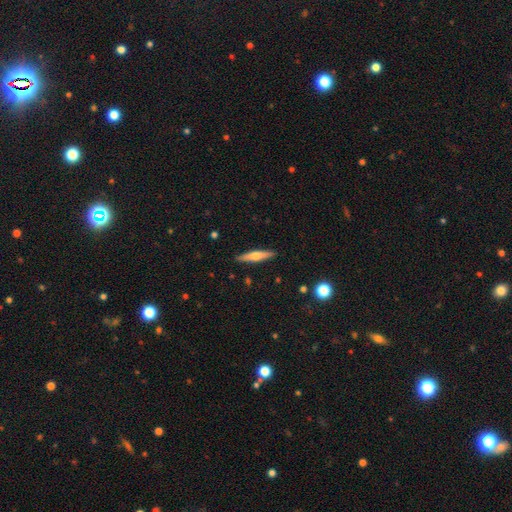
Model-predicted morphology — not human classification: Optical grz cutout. It shows a smooth galaxy with no disk features (50%) that is cigar-shaped (85%). Merging: none (90%).